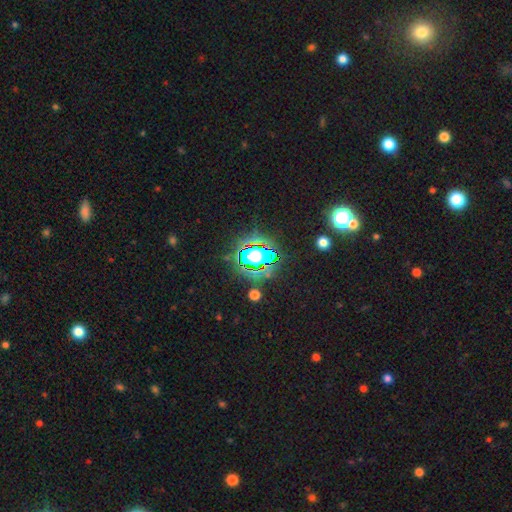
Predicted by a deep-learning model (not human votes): Smooth or featured? Predicted: star or artifact (p=0.66).